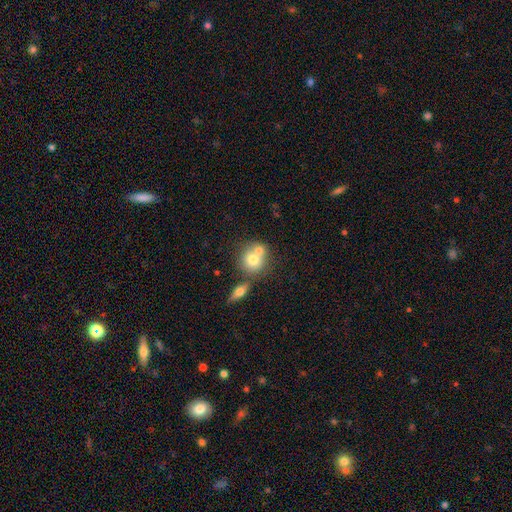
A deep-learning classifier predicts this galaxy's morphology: type=smooth (69%); roundness=round (79%); merging=merger (50%).